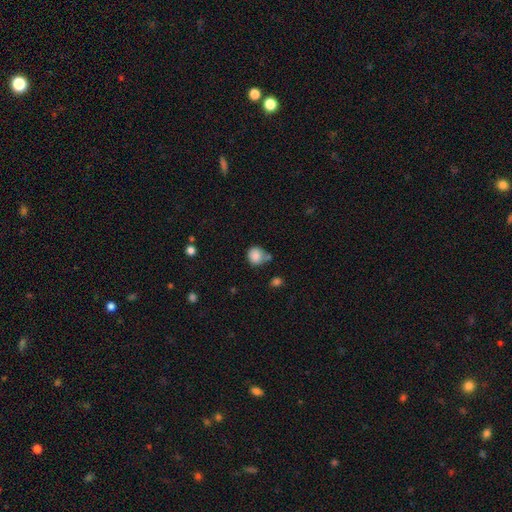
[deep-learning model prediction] Q: Smooth or featured?
A: smooth (85%); runner-up: star or artifact (9%)
Q: How rounded?
A: round (80%); runner-up: in between (19%)
Q: Merging?
A: none (53%); runner-up: minor disturbance (23%)